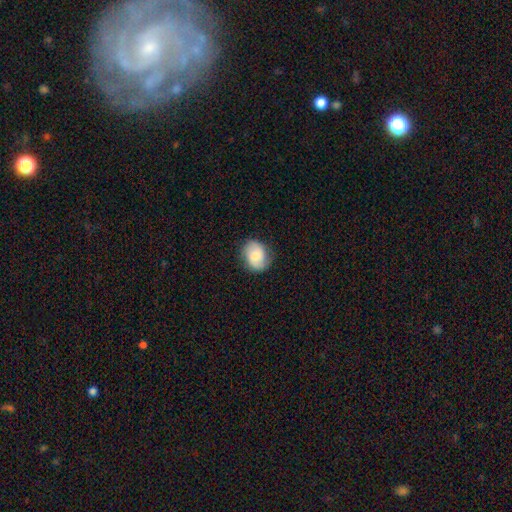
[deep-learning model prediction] smooth_or_featured: smooth (p=0.61) [alt: featured or disk p=0.31]
how_rounded: in between (p=0.50) [alt: round p=0.49]
merging: none (p=0.78) [alt: minor disturbance p=0.17]